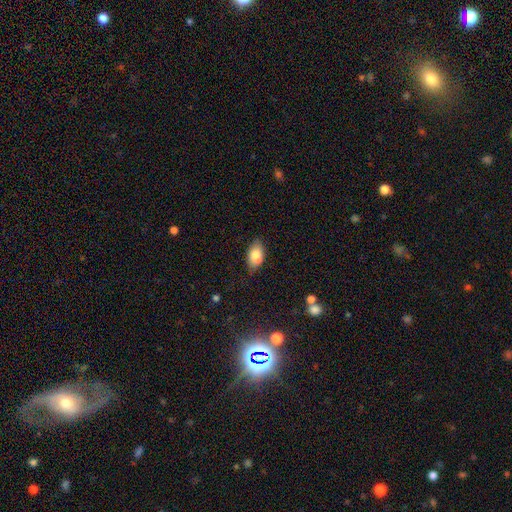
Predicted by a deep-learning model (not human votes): smooth 83%, featured or disk 10%, star or artifact 7%. Down the decision tree: how rounded — in between (92%); merging — none (75%).